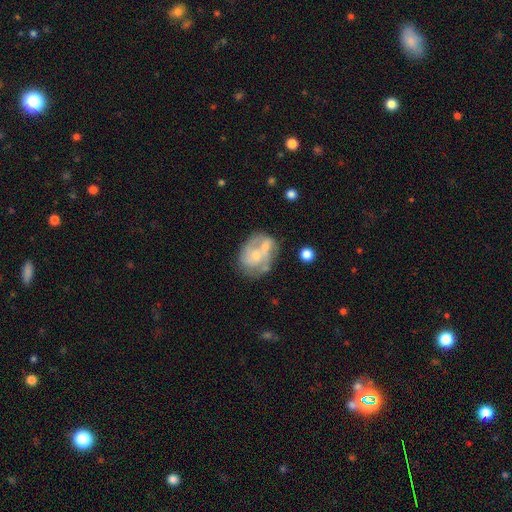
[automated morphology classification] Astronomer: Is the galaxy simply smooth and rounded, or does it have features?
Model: featured or disk — 60%.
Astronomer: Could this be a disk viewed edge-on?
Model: no — 98%.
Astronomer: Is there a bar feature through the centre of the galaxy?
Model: no — 76%.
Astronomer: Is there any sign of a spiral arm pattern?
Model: yes — 58% (runner-up: no, 42%).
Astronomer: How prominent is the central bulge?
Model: small — 45% (runner-up: moderate, 43%).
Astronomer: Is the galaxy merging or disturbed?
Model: merger — 38% (runner-up: none, 34%).